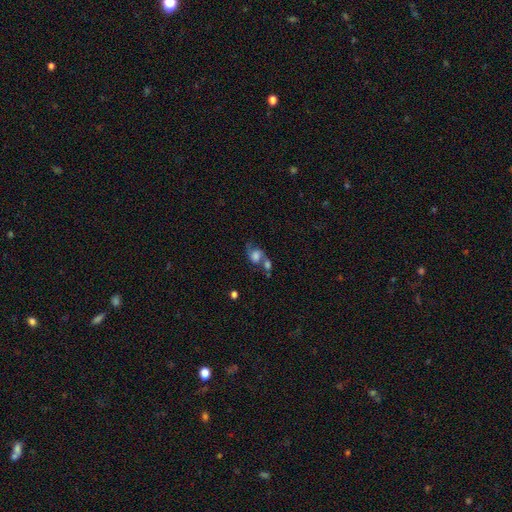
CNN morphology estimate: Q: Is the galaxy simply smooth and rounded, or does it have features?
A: smooth — 46%.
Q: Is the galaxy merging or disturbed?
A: merger — 53%.